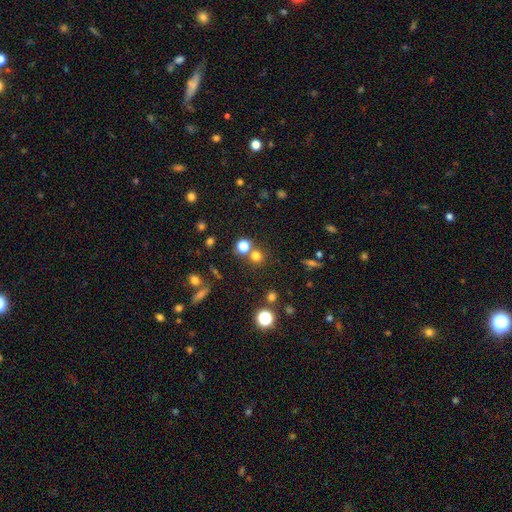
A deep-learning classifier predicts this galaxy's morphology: Smooth or featured? Predicted: smooth (p=0.70). How rounded? Predicted: round (p=0.90). Merging? Predicted: none (p=0.70).